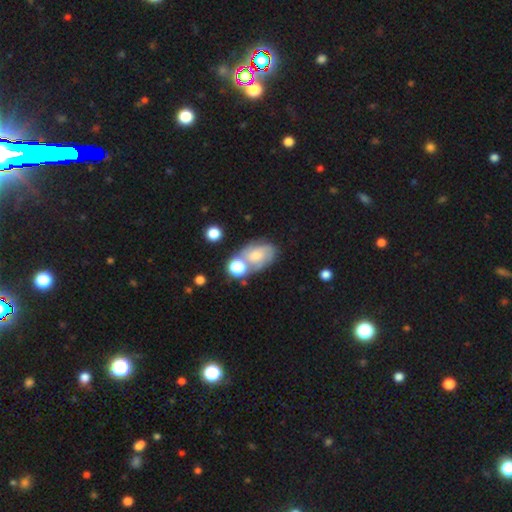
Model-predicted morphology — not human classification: Smooth or featured? Predicted: featured or disk (p=0.50). Merging? Predicted: none (p=0.43).